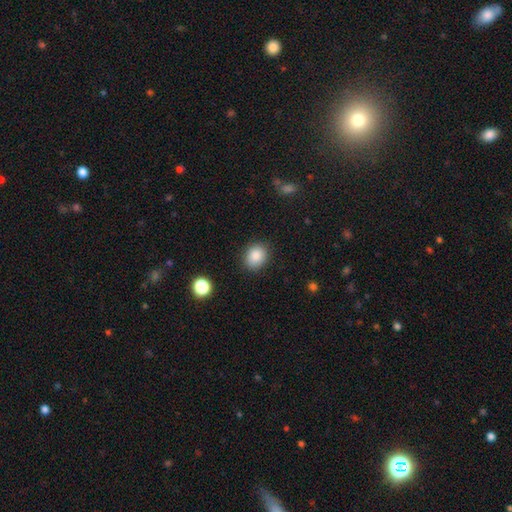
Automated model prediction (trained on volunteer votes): Smooth or featured?
  - smooth: 86% *
  - star or artifact: 9%
  - featured or disk: 5%
How rounded?
  - round: 60% *
  - in between: 39%
  - cigar-shaped: 1%
Merging?
  - none: 87% *
  - minor disturbance: 9%
  - major disturbance: 3%
  - merger: 1%